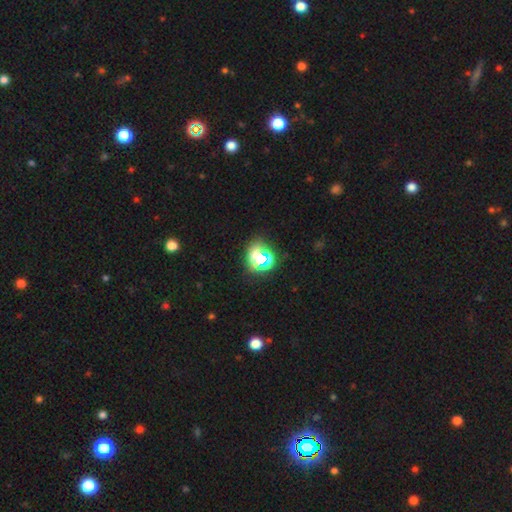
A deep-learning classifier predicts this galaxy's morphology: Overall: smooth (44%, tied with star or artifact). Merging: none (70%).